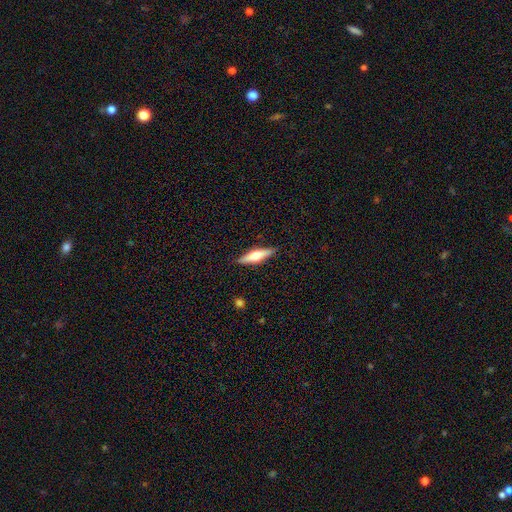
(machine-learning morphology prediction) A featured or disk galaxy (51%) viewed edge-on (95%). Merging: none (88%).